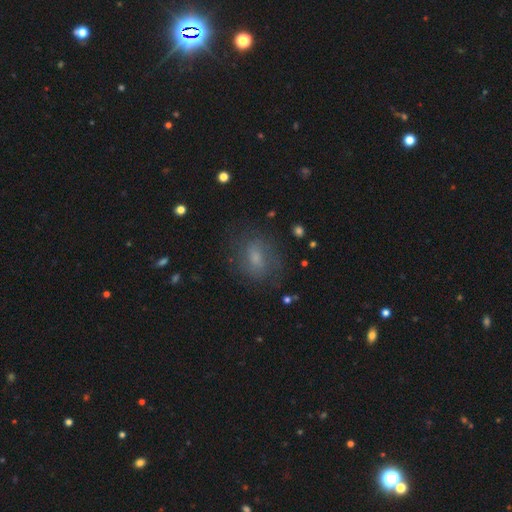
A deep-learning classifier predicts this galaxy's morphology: type=smooth (49%); merging=none (73%).